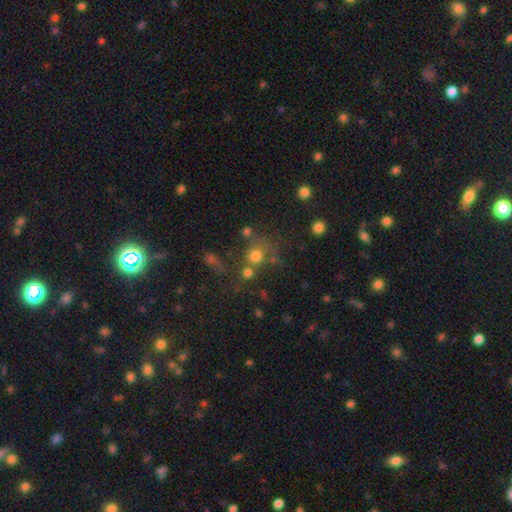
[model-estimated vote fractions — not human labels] A smooth galaxy with no disk features (69%) that is round (88%). Merging: none (56%).